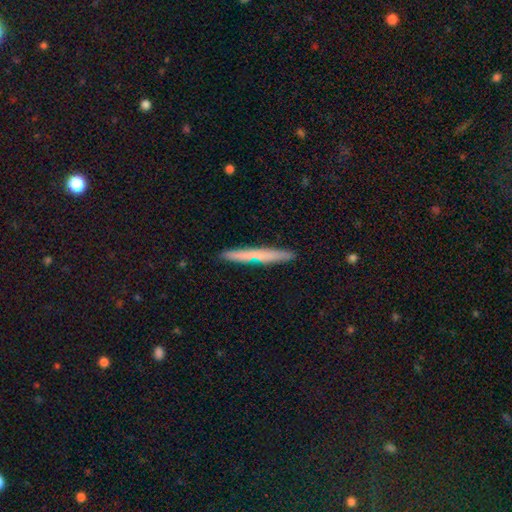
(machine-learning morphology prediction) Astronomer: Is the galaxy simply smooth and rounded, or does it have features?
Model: smooth — 60%.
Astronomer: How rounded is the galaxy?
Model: cigar-shaped — 96%.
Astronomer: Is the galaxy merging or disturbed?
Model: none — 89%.